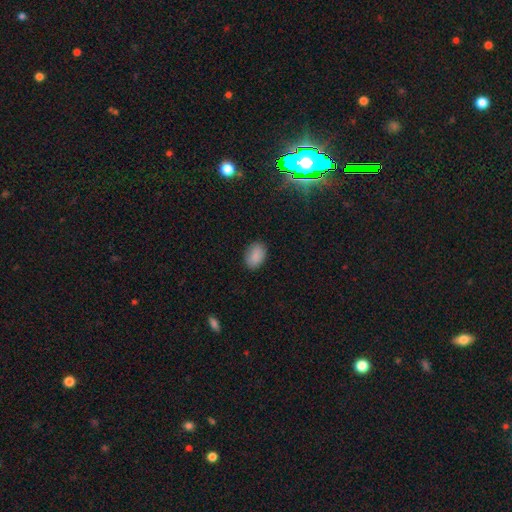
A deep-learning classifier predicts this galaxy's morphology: This is clearly a smooth galaxy (87%). How rounded: clearly in between (84%). Merging: clearly none (87%).